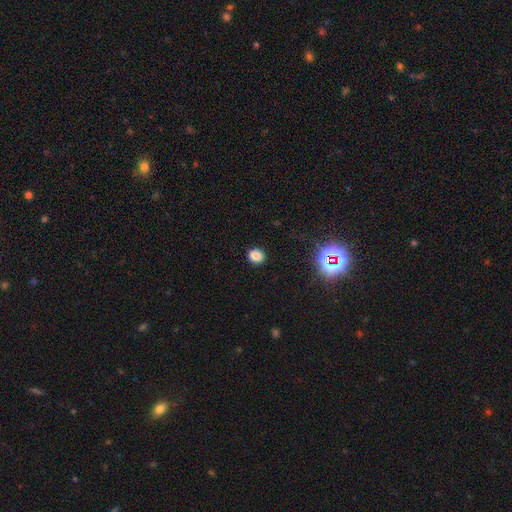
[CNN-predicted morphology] Smooth or featured? Predicted: smooth (p=0.81). How rounded? Predicted: round (p=0.73). Merging? Predicted: none (p=0.90).